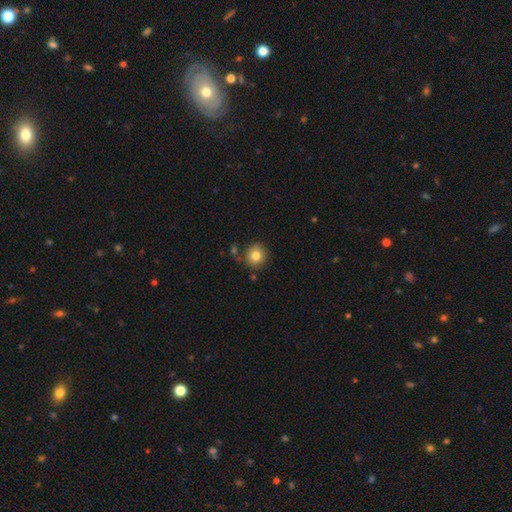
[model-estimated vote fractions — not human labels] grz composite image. It shows a smooth galaxy with no disk features (82%) that is round (89%). Merging: none (79%).